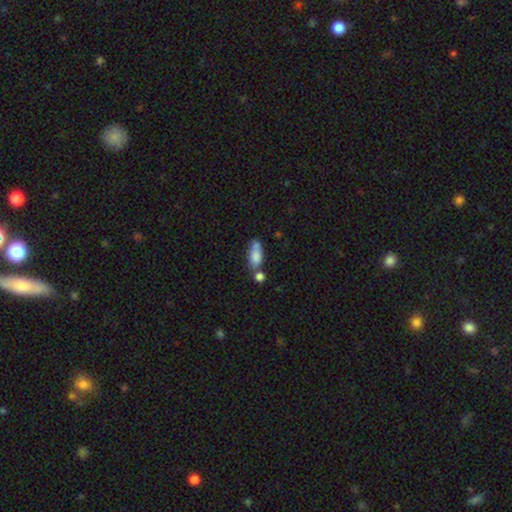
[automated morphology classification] Overall: smooth (78%). How rounded: in between (76%). Merging: none (39%; merger 36%).